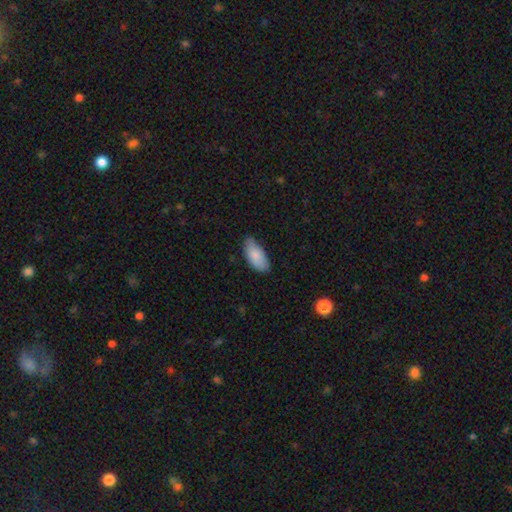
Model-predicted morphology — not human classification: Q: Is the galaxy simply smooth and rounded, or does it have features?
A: smooth — 84%.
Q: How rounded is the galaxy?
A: in between — 92%.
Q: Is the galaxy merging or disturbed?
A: none — 71%.